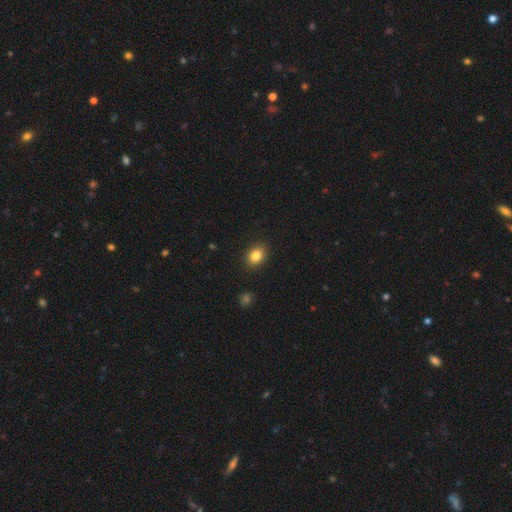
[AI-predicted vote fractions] A smooth galaxy with no disk features (84%) that is in between round and cigar-shaped (62%).

Vote fractions:
- Smooth or featured? smooth: 84% / star or artifact: 10% / featured or disk: 6%
- How rounded? in between: 62% / round: 36% / cigar-shaped: 1%
- Merging? none: 89% / minor disturbance: 8% / major disturbance: 2% / merger: 1%